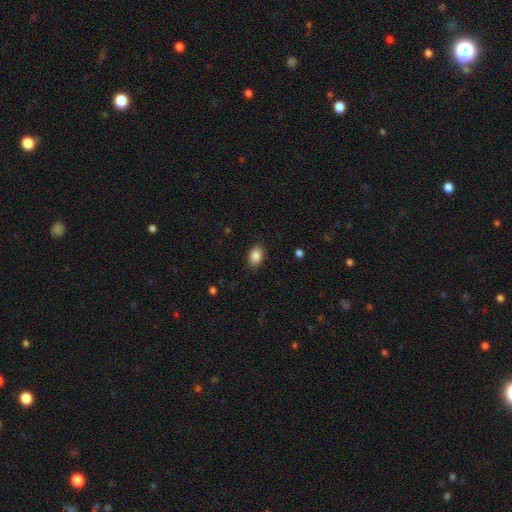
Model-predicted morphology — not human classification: A smooth galaxy with no disk features (87%) that is in between round and cigar-shaped (81%). Merging: none (88%).